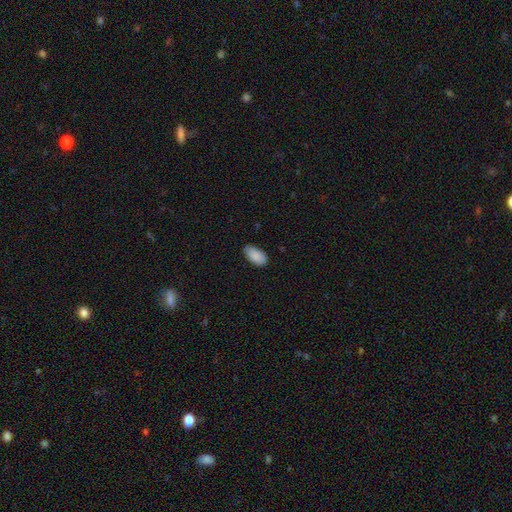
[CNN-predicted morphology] type=smooth (90%); roundness=in between (95%); merging=none (80%).